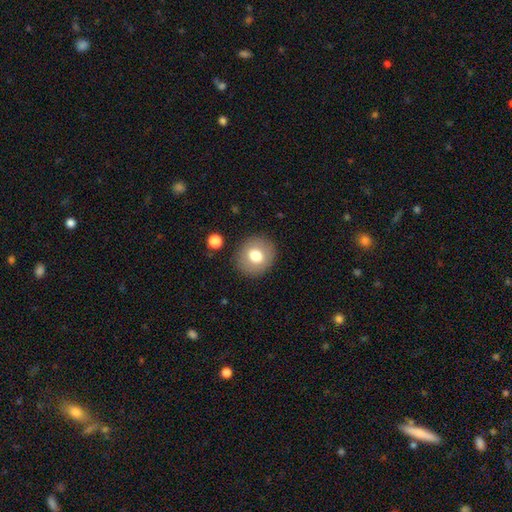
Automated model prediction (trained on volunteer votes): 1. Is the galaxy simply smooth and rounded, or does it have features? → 73% smooth, 17% featured or disk, 9% star or artifact.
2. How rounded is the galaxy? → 84% round, 15% in between, 1% cigar-shaped.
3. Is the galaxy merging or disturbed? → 88% none, 8% minor disturbance, 3% major disturbance, 2% merger.